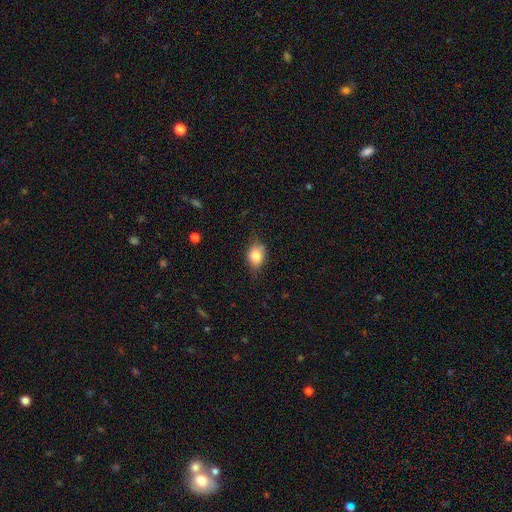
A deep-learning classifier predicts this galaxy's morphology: The model was most divided on "how rounded": in between: 68%, round: 30%, cigar-shaped: 2%. More confident: smooth or featured — smooth (80%); merging — none (67%).